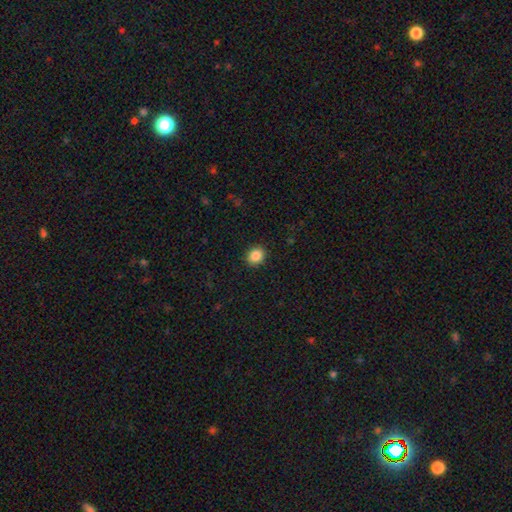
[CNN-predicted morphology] Q: Smooth or featured?
A: smooth (87%); runner-up: star or artifact (10%)
Q: How rounded?
A: round (71%); runner-up: in between (28%)
Q: Merging?
A: none (91%); runner-up: minor disturbance (6%)